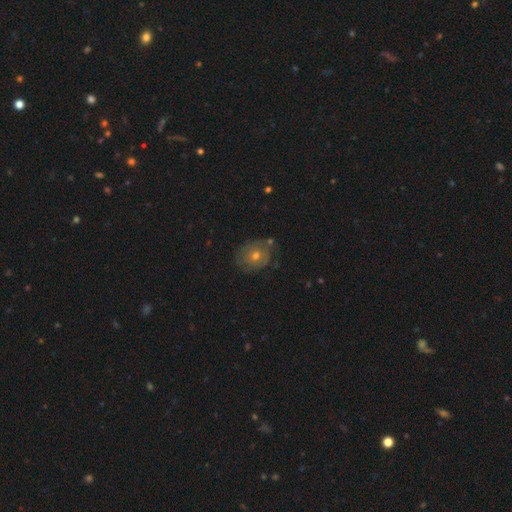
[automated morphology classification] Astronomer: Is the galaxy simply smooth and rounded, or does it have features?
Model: smooth — 44% (runner-up: featured or disk, 42%).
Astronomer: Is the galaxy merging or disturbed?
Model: none — 72%.